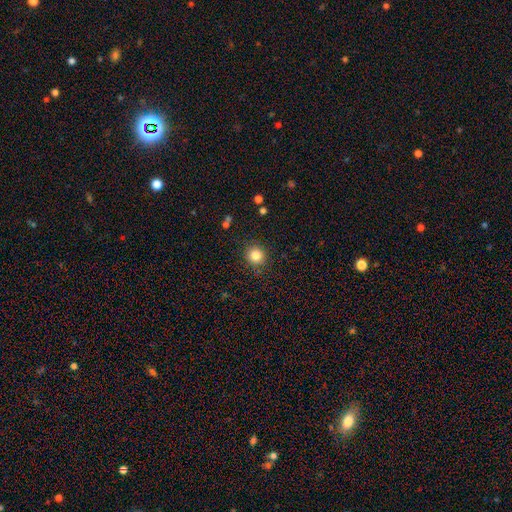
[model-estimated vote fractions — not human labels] Q: Smooth or featured?
A: smooth (83%); runner-up: star or artifact (11%)
Q: How rounded?
A: round (92%); runner-up: in between (7%)
Q: Merging?
A: none (88%); runner-up: minor disturbance (7%)